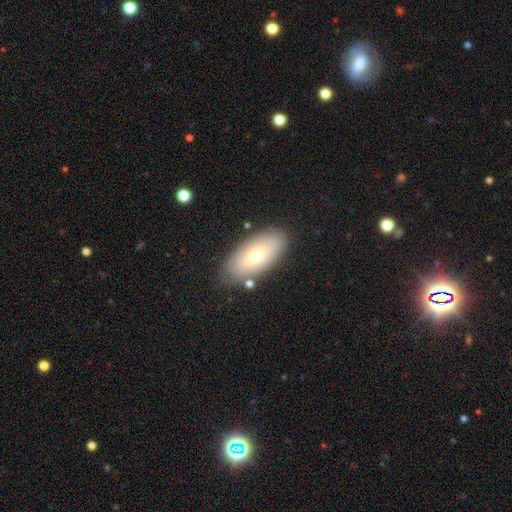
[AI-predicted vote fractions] Smooth or featured?
  - smooth: 64% *
  - featured or disk: 29%
  - star or artifact: 7%
How rounded?
  - in between: 91% *
  - cigar-shaped: 7%
  - round: 3%
Merging?
  - none: 80% *
  - minor disturbance: 14%
  - major disturbance: 3%
  - merger: 3%